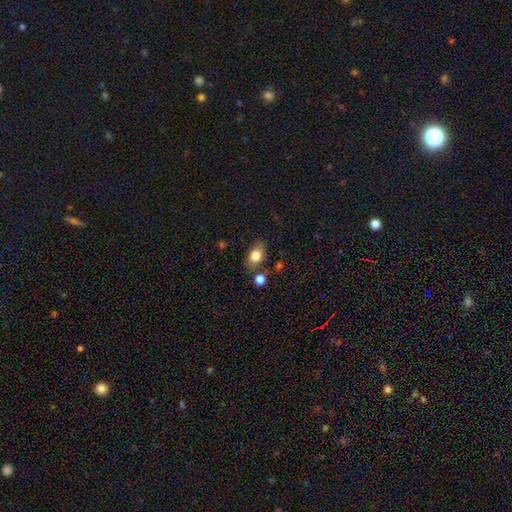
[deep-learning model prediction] The model was most divided on "how rounded": in between: 78%, round: 20%, cigar-shaped: 2%. More confident: smooth or featured — smooth (80%); merging — none (76%).